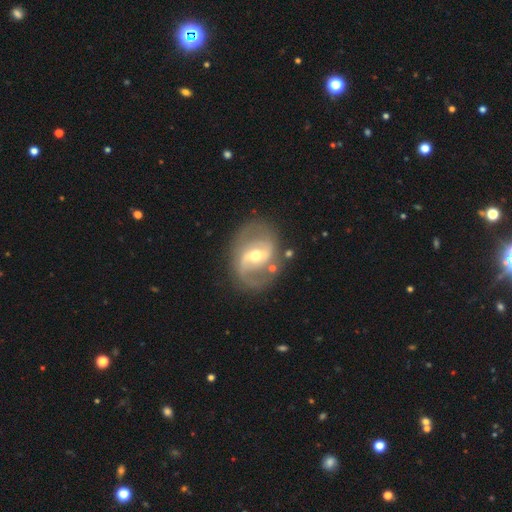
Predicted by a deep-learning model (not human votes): Morphology: type=featured or disk (87%); edge-on=no (97%); bar=weak (45%); spiral arms=yes (92%); winding=medium (51%); arm count=2 (89%); bulge=moderate (65%); merging=none (75%).